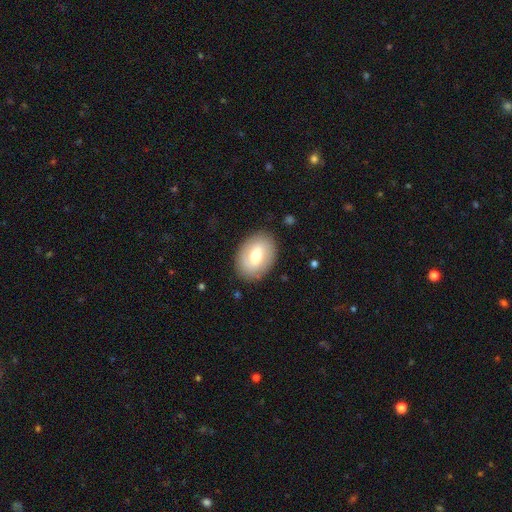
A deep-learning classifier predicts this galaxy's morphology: The model was most divided on "smooth or featured": smooth: 63%, featured or disk: 30%, star or artifact: 7%. More confident: merging — none (86%); how rounded — in between (79%).